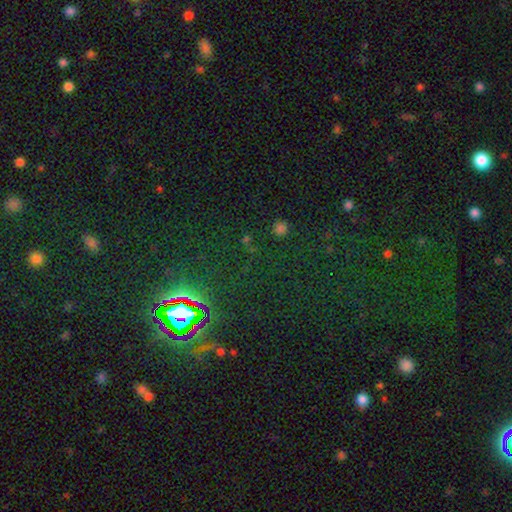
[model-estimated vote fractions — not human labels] smooth_or_featured: star or artifact (p=0.79) [alt: smooth p=0.13]